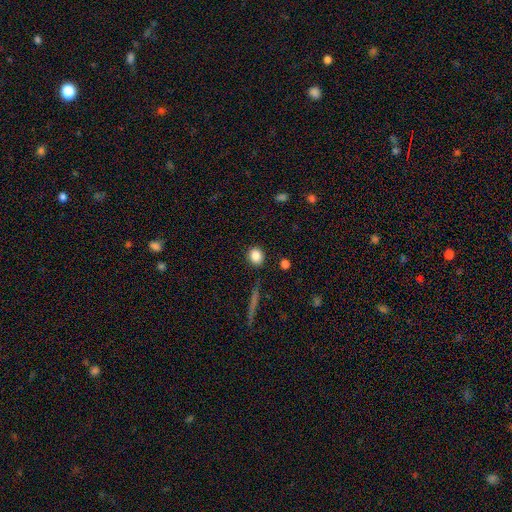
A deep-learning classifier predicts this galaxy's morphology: smooth-or-featured: smooth: 86% | star or artifact: 9% | featured or disk: 5%
  how-rounded: round: 74% | in between: 24% | cigar-shaped: 2%
  merging: none: 88% | minor disturbance: 8% | major disturbance: 2% | merger: 2%